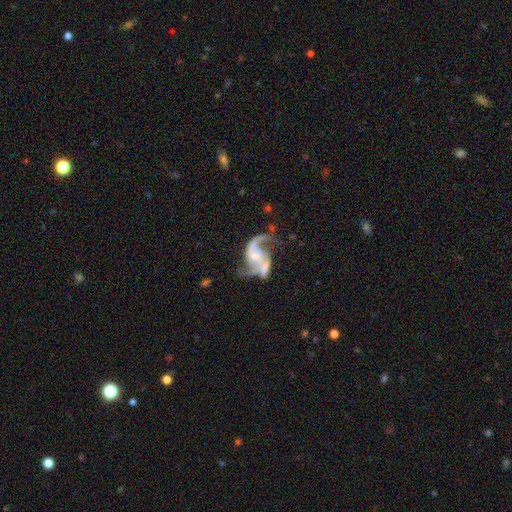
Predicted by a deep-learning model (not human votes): This is clearly a featured or disk galaxy (89%). It is clearly not viewed edge-on (98%). Bar: possibly no (51%). Spiral arm pattern: clearly yes (95%). Spiral arm count: clearly 2 (86%). Spiral winding: possibly loose (58%). Central bulge: possibly small (57%). Merging: marginally none (45%).